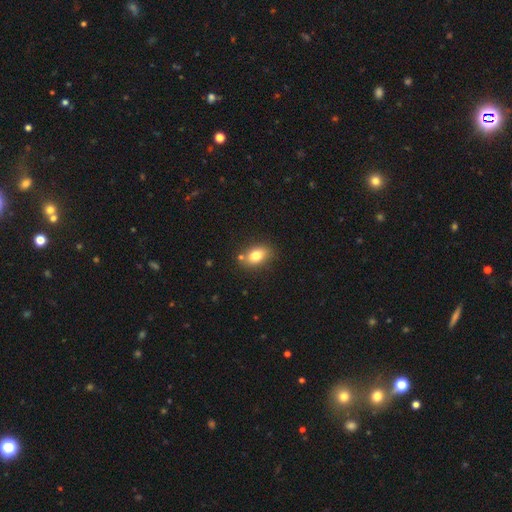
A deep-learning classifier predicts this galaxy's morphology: Smooth or featured? Predicted: smooth (p=0.79). How rounded? Predicted: in between (p=0.80). Merging? Predicted: none (p=0.77).